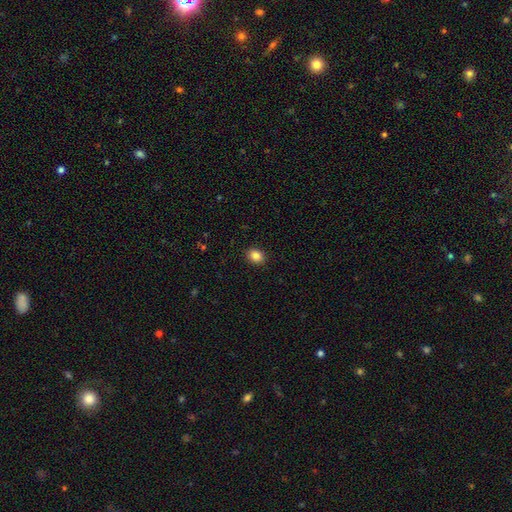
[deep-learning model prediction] Smooth or featured? Predicted: smooth (p=0.85). How rounded? Predicted: in between (p=0.54). Merging? Predicted: none (p=0.91).